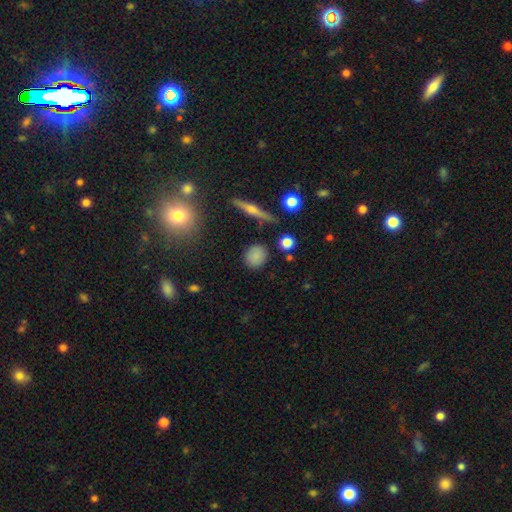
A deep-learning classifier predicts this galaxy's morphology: A smooth galaxy with no disk features (81%) that is round (77%). Merging: none (85%).